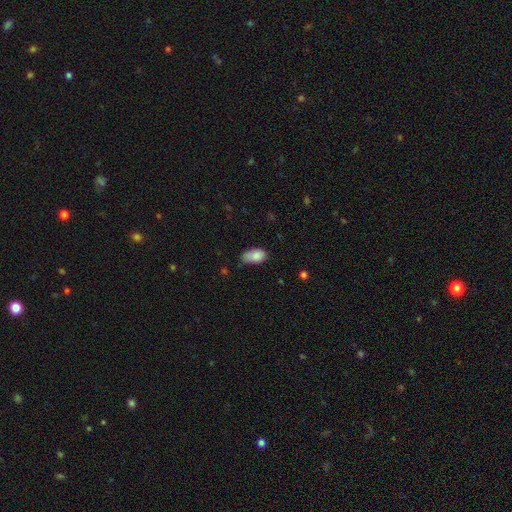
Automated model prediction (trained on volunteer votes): This is clearly a smooth galaxy (83%). How rounded: clearly in between (91%). Merging: possibly none (46%).